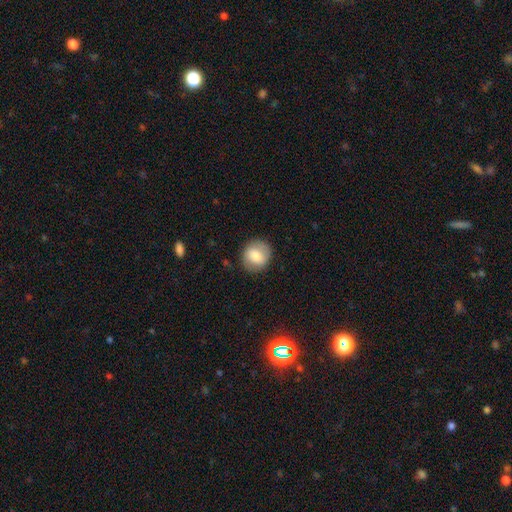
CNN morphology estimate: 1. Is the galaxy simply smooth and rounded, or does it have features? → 73% smooth, 19% featured or disk, 7% star or artifact.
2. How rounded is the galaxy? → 81% round, 18% in between, 1% cigar-shaped.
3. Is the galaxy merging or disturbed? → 83% none, 12% minor disturbance, 4% major disturbance, 1% merger.